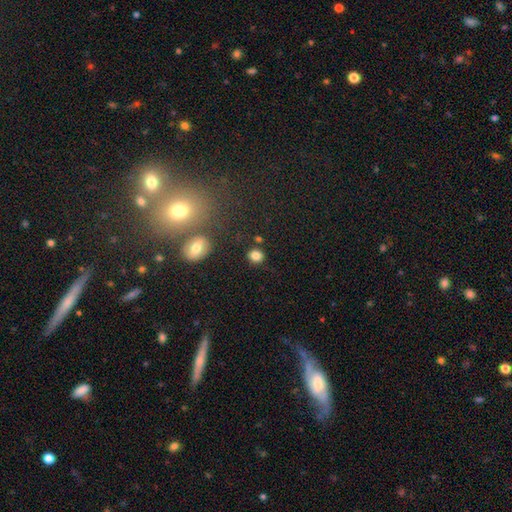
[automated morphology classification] This appears to be a smooth galaxy with no disk features (82%) that is round (79%). Merging: none (83%).